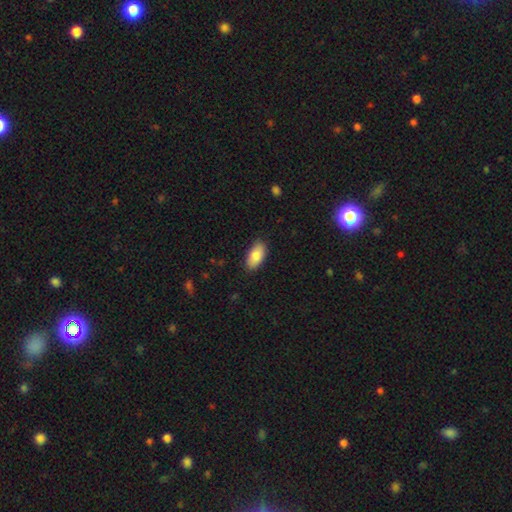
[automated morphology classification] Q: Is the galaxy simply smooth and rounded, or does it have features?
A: smooth — 83%.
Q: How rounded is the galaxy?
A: in between — 94%.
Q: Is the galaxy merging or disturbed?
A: none — 86%.